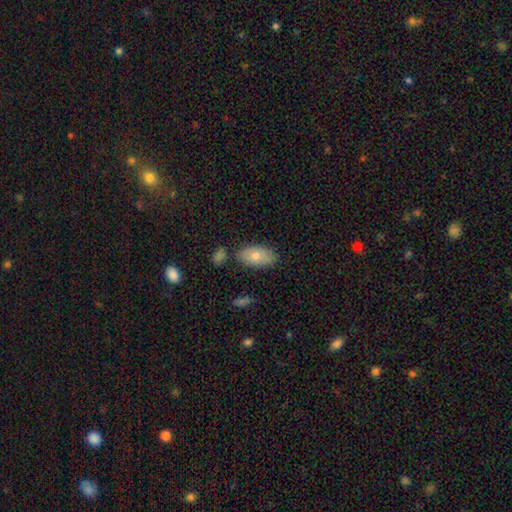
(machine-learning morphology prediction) smooth 75%, featured or disk 17%, star or artifact 7%. Down the decision tree: how rounded — in between (92%); merging — none (79%).